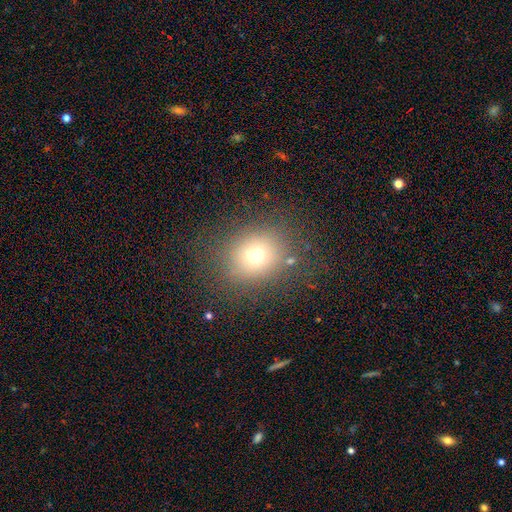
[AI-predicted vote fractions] Smooth or featured? smooth (69%)
How rounded? round (76%)
Merging? none (81%)